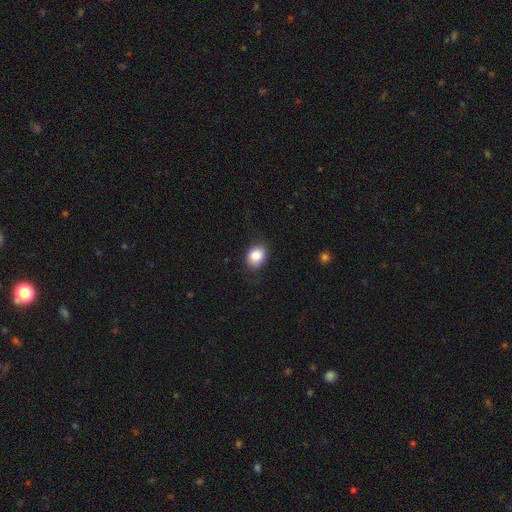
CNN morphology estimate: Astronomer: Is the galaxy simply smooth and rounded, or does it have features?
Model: smooth — 86%.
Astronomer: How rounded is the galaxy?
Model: round — 51% (runner-up: in between, 48%).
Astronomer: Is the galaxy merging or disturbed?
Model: none — 81%.